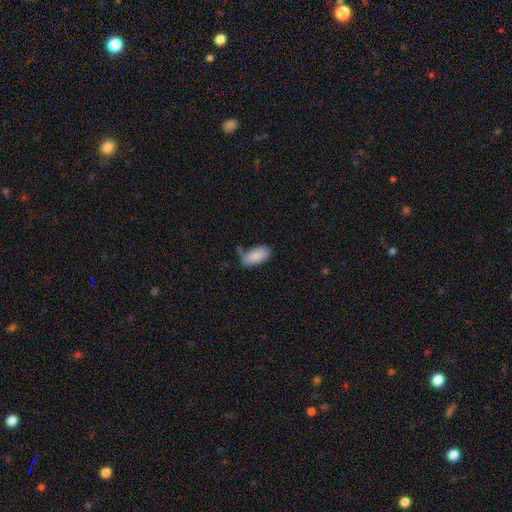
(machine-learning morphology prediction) This is clearly a smooth galaxy (86%). How rounded: clearly in between (94%). Merging: possibly none (57%).